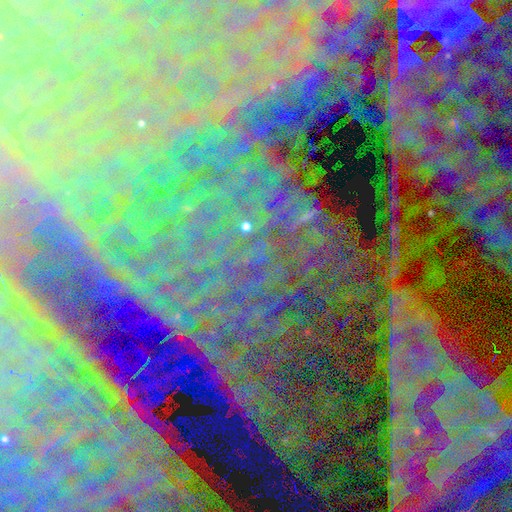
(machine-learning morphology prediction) Smooth or featured? Predicted: star or artifact (p=0.84).